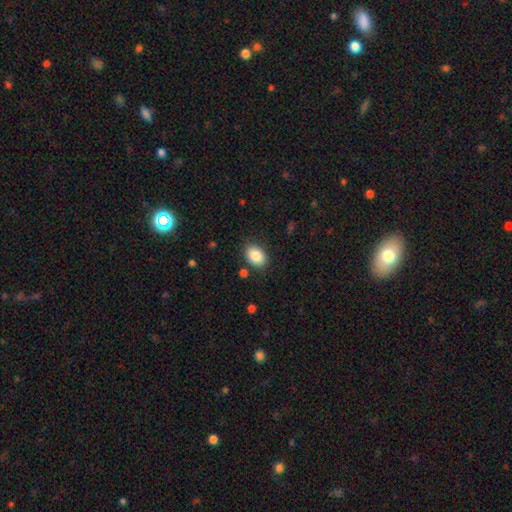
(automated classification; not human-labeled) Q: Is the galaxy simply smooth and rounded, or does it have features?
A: smooth — 86%.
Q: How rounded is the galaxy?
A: in between — 76%.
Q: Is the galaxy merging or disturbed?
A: none — 83%.